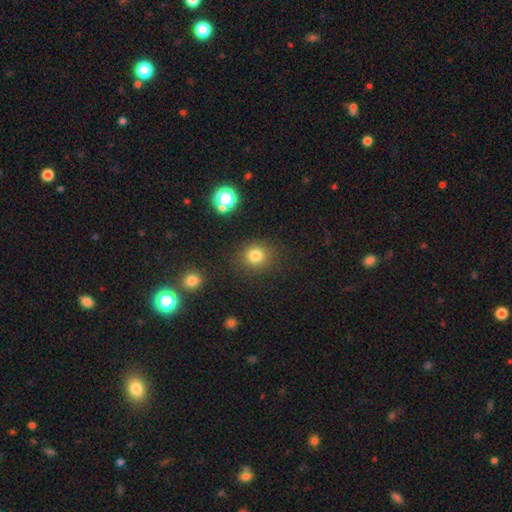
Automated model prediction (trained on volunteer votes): The model was most divided on "smooth or featured": smooth: 77%, star or artifact: 18%, featured or disk: 6%. More confident: merging — none (89%); how rounded — round (88%).